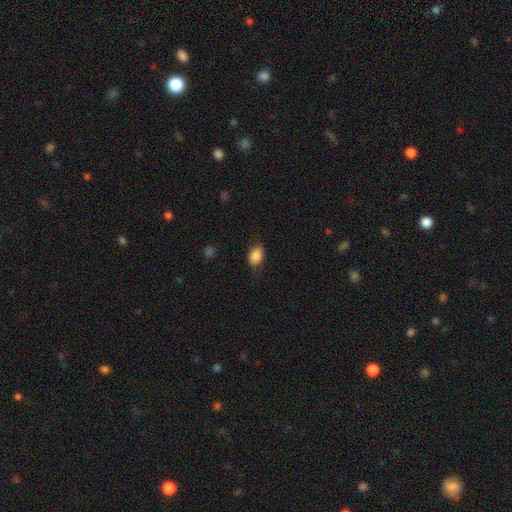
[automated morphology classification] Smooth or featured? Predicted: smooth (p=0.86). How rounded? Predicted: in between (p=0.85). Merging? Predicted: none (p=0.75).